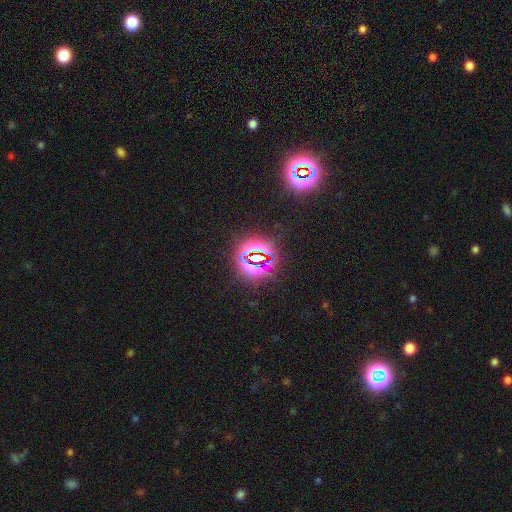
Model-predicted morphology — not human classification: This is likely a star or artifact rather than a galaxy (78%).